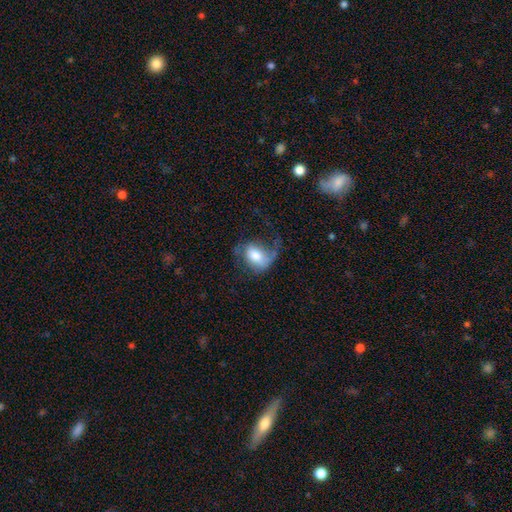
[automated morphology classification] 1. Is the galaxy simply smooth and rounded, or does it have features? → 52% smooth, 40% featured or disk, 8% star or artifact.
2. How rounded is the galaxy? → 75% in between, 23% round, 2% cigar-shaped.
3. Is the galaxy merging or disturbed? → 38% none, 35% major disturbance, 24% minor disturbance, 3% merger.